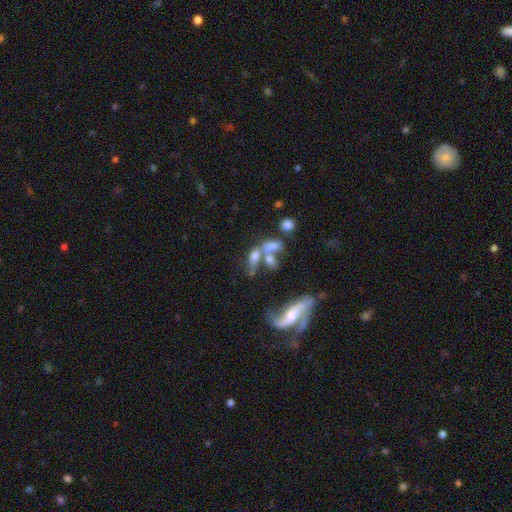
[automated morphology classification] Smooth or featured: featured or disk — 45% (smooth — 40%)
Merging: merger — 50% (none — 25%)